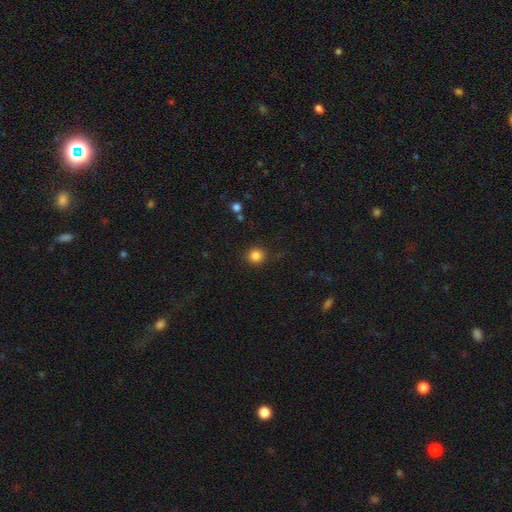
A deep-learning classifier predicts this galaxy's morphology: Smooth or featured?
  - smooth: 84% *
  - star or artifact: 12%
  - featured or disk: 4%
How rounded?
  - round: 92% *
  - in between: 7%
  - cigar-shaped: 1%
Merging?
  - none: 89% *
  - minor disturbance: 7%
  - major disturbance: 3%
  - merger: 1%